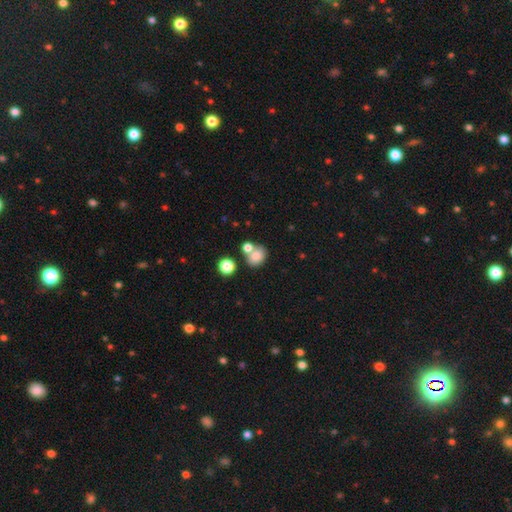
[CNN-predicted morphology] A smooth galaxy with no disk features (79%) that is round (54%).

Vote fractions:
- Smooth or featured? smooth: 79% / star or artifact: 11% / featured or disk: 10%
- How rounded? round: 54% / in between: 45% / cigar-shaped: 1%
- Merging? none: 50% / merger: 35% / minor disturbance: 11% / major disturbance: 4%